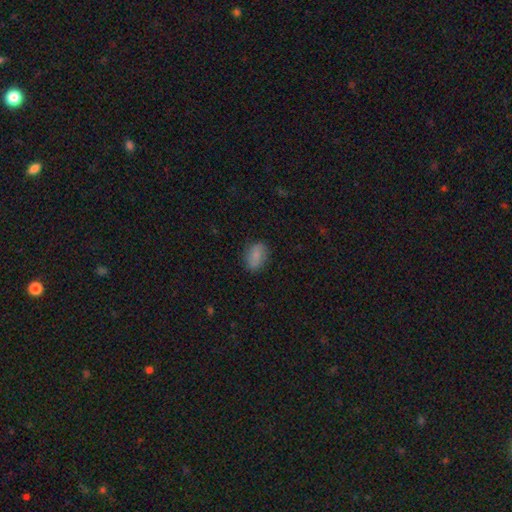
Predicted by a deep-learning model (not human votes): smooth-or-featured: smooth: 81% | featured or disk: 10% | star or artifact: 8%
  how-rounded: in between: 82% | round: 17% | cigar-shaped: 2%
  merging: none: 80% | minor disturbance: 15% | major disturbance: 4% | merger: 1%